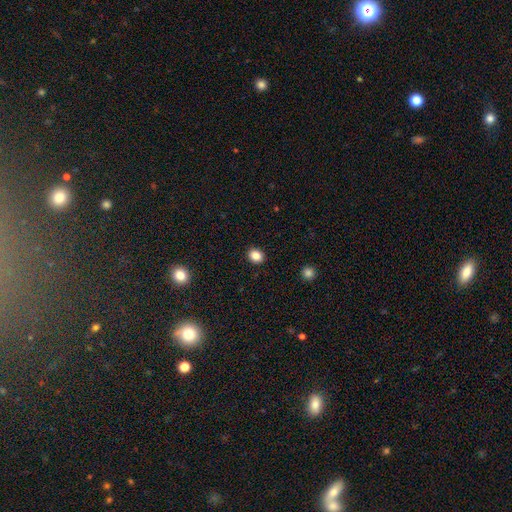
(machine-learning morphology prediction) A smooth galaxy with no disk features (86%) that is round (59%).

Vote fractions:
- Smooth or featured? smooth: 86% / star or artifact: 10% / featured or disk: 4%
- How rounded? round: 59% / in between: 40% / cigar-shaped: 1%
- Merging? none: 91% / minor disturbance: 6% / major disturbance: 2% / merger: 1%